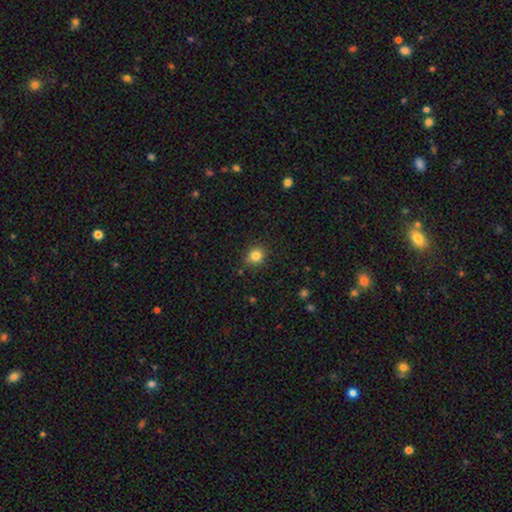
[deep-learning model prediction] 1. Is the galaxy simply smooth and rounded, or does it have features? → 82% smooth, 12% star or artifact, 6% featured or disk.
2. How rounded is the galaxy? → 78% round, 21% in between, 1% cigar-shaped.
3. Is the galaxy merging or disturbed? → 84% none, 11% minor disturbance, 3% major disturbance, 2% merger.